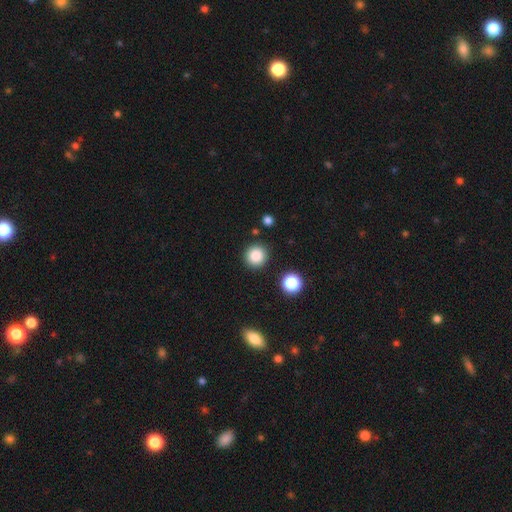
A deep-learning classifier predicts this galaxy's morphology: smooth-or-featured: smooth: 85% | star or artifact: 11% | featured or disk: 4%
  how-rounded: round: 93% | in between: 6% | cigar-shaped: 1%
  merging: none: 88% | minor disturbance: 6% | merger: 3% | major disturbance: 2%